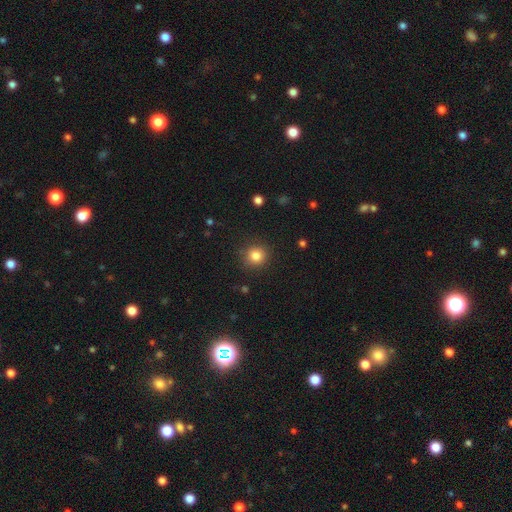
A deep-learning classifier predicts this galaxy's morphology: This is clearly a smooth galaxy (83%). How rounded: clearly round (91%). Merging: clearly none (89%).